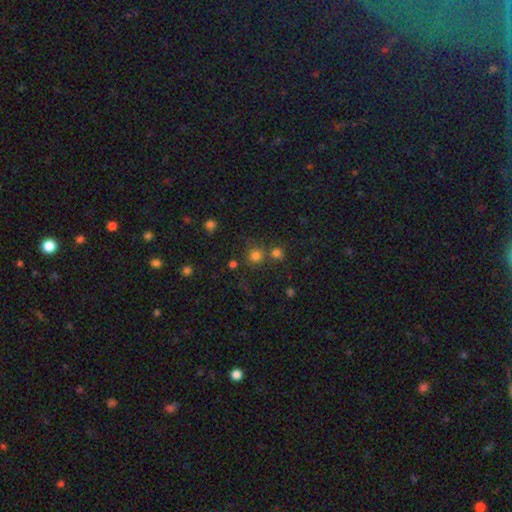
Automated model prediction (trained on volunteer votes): This appears to be a smooth galaxy with no disk features (74%) that is round (90%). Merging: none (67%).